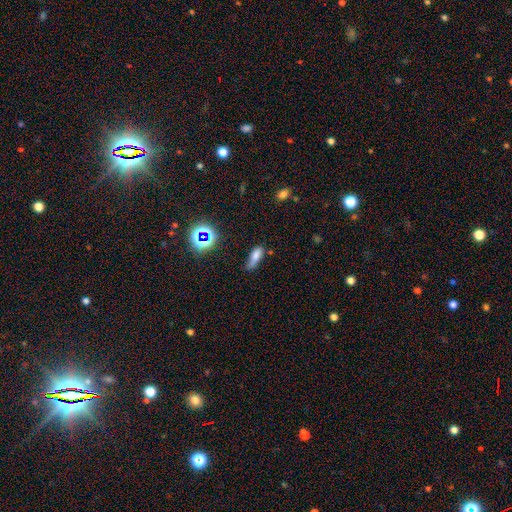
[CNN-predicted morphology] A smooth galaxy with no disk features (70%) that is in between round and cigar-shaped (63%).

Vote fractions:
- Smooth or featured? smooth: 70% / star or artifact: 16% / featured or disk: 14%
- How rounded? in between: 63% / cigar-shaped: 32% / round: 6%
- Merging? none: 40% / minor disturbance: 35% / major disturbance: 18% / merger: 7%